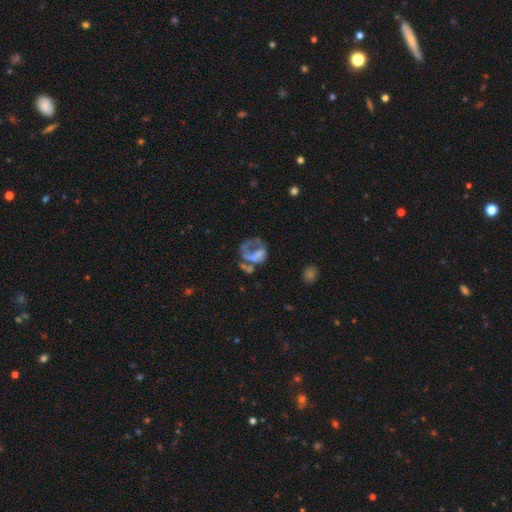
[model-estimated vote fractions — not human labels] The model was most divided on "smooth or featured": featured or disk: 53%, smooth: 34%, star or artifact: 13%. Remaining: edge-on disk — no (98%); bar — no (82%); spiral arms — no (74%); bulge size — none (68%); merging — major disturbance (47%).